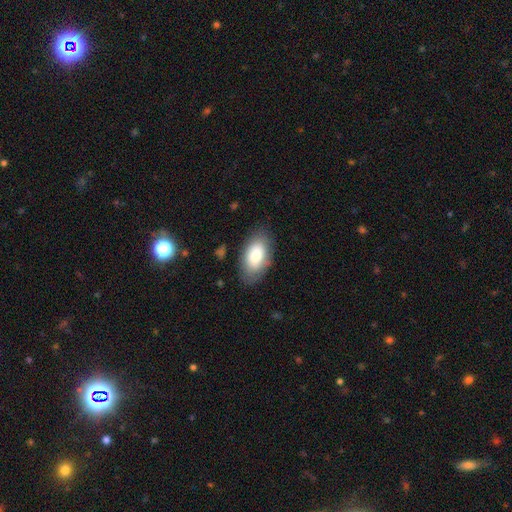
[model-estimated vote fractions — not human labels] Smooth or featured?
  - smooth: 80% *
  - featured or disk: 14%
  - star or artifact: 7%
How rounded?
  - in between: 94% *
  - round: 4%
  - cigar-shaped: 2%
Merging?
  - none: 81% *
  - minor disturbance: 14%
  - major disturbance: 4%
  - merger: 1%